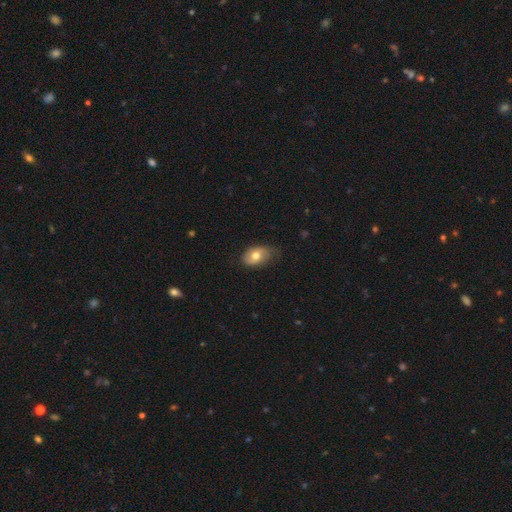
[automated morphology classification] A smooth galaxy with no disk features (66%) that is in between round and cigar-shaped (86%). Merging: none (61%).